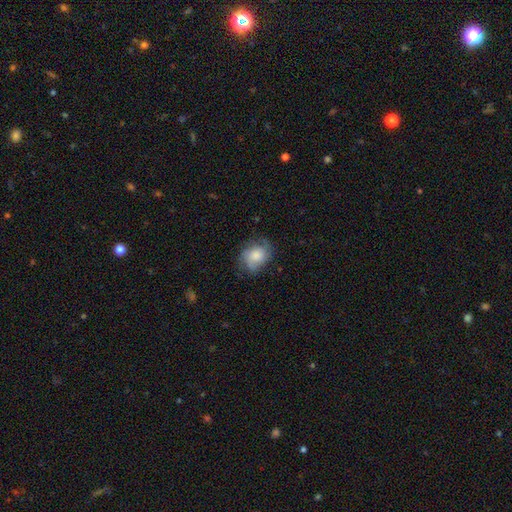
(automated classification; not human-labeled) Smooth or featured: smooth — 63% (featured or disk — 29%)
How rounded: in between — 53% (round — 46%)
Merging: none — 59% (minor disturbance — 28%)